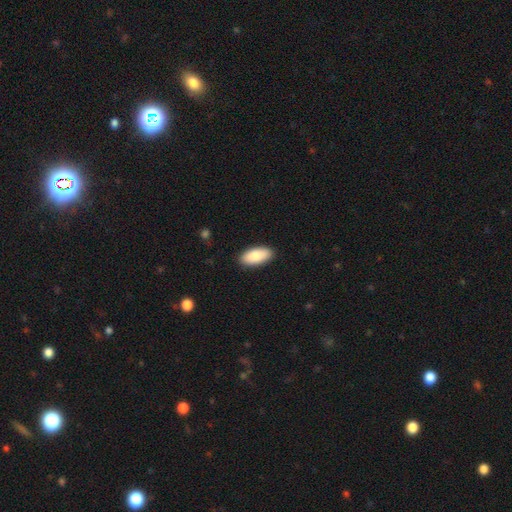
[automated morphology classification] Smooth or featured? smooth (87%)
How rounded? in between (91%)
Merging? none (90%)